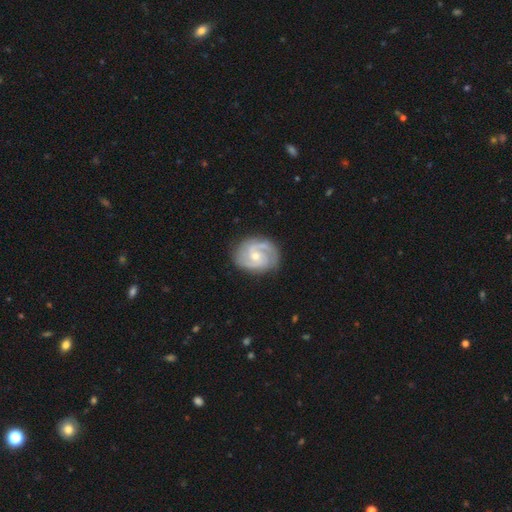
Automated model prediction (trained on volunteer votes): Smooth or featured: featured or disk — 88% (smooth — 8%)
Edge-on disk: no — 98% (yes — 2%)
Bar: no — 55% (weak — 39%)
Spiral arms: yes — 98% (no — 2%)
Spiral winding: tight — 47% (medium — 45%)
Spiral arm count: 2 — 69% (3 — 17%)
Bulge size: moderate — 51% (small — 45%)
Merging: none — 80% (minor disturbance — 15%)